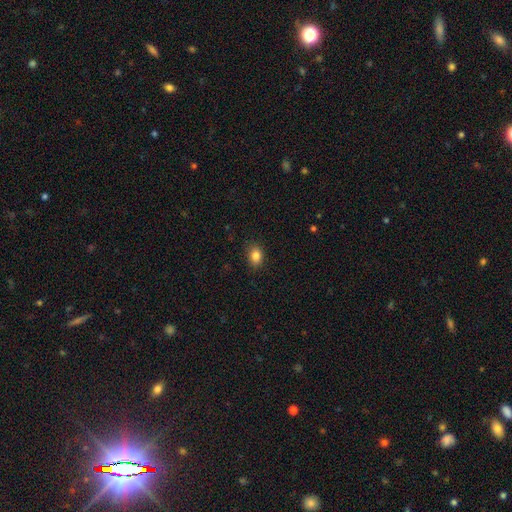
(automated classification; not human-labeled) smooth_or_featured: smooth (p=0.85) [alt: star or artifact p=0.10]
how_rounded: in between (p=0.68) [alt: round p=0.31]
merging: none (p=0.85) [alt: minor disturbance p=0.11]